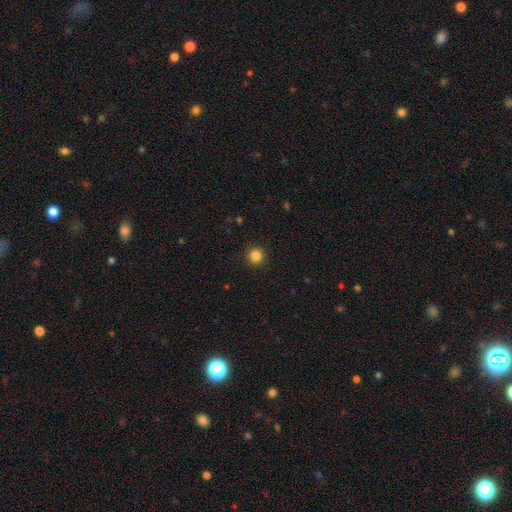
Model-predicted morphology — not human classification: Overall: smooth (85%). How rounded: round (92%). Merging: none (92%).